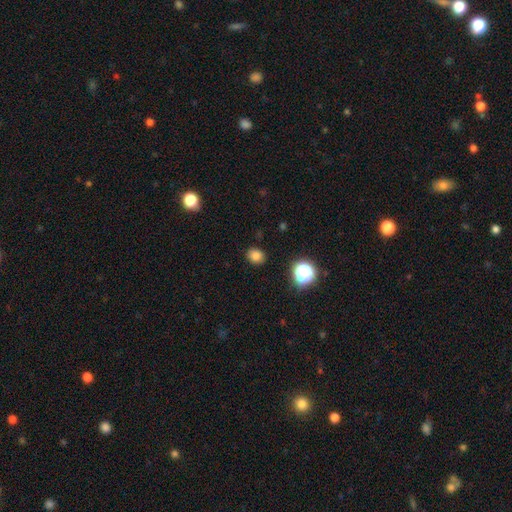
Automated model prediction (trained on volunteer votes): Smooth or featured: smooth — 80% (star or artifact — 14%)
How rounded: round — 65% (in between — 34%)
Merging: none — 89% (minor disturbance — 8%)